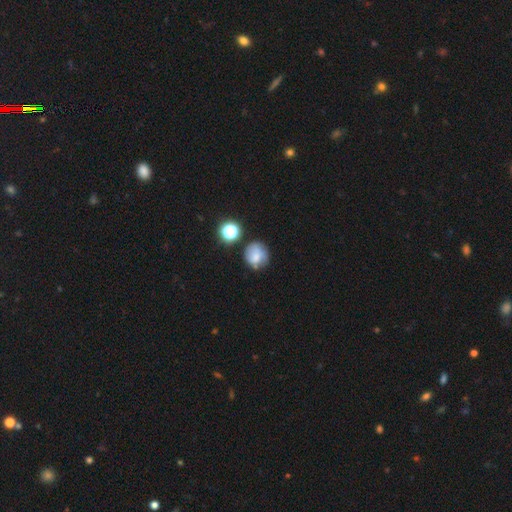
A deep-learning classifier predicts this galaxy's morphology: Overall: smooth (67%). How rounded: round (83%). Merging: none (60%; minor disturbance 23%).